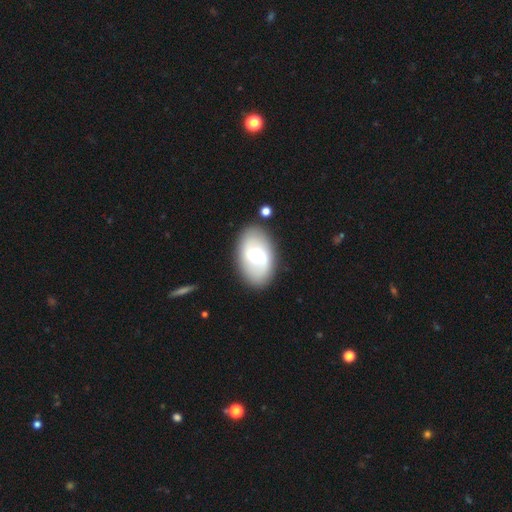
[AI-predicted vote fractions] Smooth or featured: featured or disk — 49% (smooth — 44%)
Merging: none — 86% (minor disturbance — 9%)